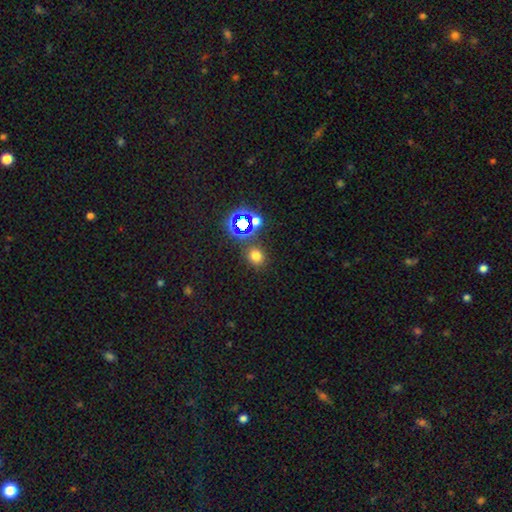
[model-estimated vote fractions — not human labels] Smooth or featured?
  - smooth: 69% *
  - star or artifact: 26%
  - featured or disk: 6%
How rounded?
  - round: 76% *
  - in between: 22%
  - cigar-shaped: 1%
Merging?
  - none: 81% *
  - minor disturbance: 9%
  - merger: 6%
  - major disturbance: 4%